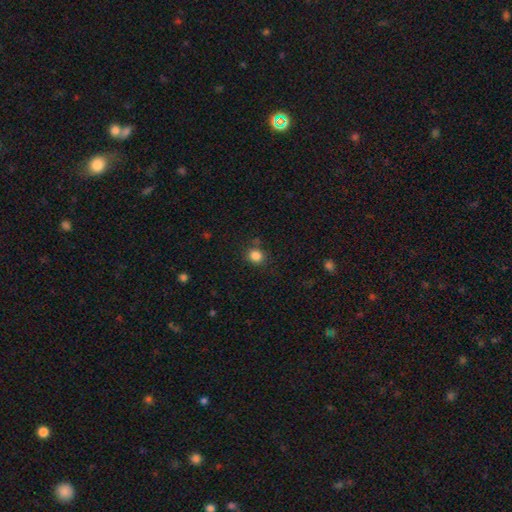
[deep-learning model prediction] This appears to be a smooth galaxy with no disk features (84%) that is round (85%). Merging: none (82%).